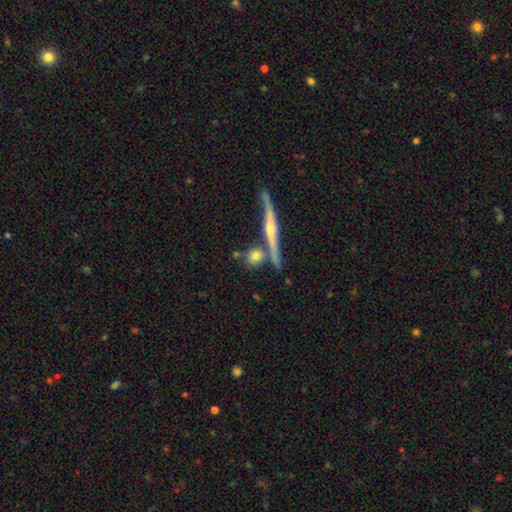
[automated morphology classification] The model was most divided on "smooth or featured": smooth: 66%, featured or disk: 26%, star or artifact: 8%. More confident: how rounded — round (70%); merging — none (70%).